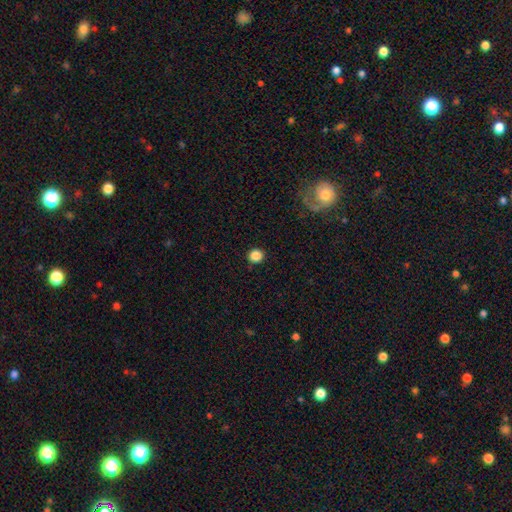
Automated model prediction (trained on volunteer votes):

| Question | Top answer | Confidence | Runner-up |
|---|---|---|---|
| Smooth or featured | smooth | 86% | star or artifact (11%) |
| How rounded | round | 92% | in between (7%) |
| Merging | none | 92% | minor disturbance (5%) |